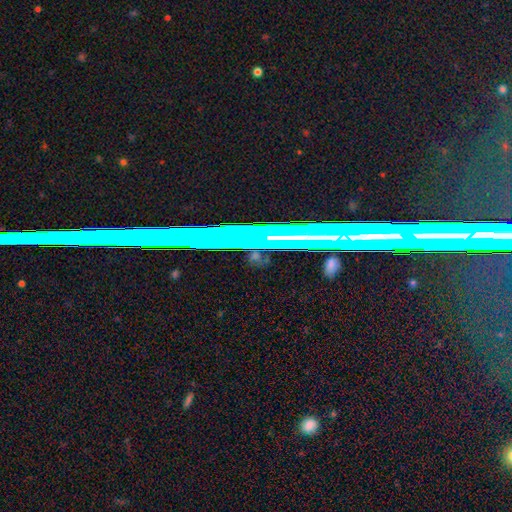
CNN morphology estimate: Q: Smooth or featured?
A: star or artifact (38%); runner-up: featured or disk (37%)